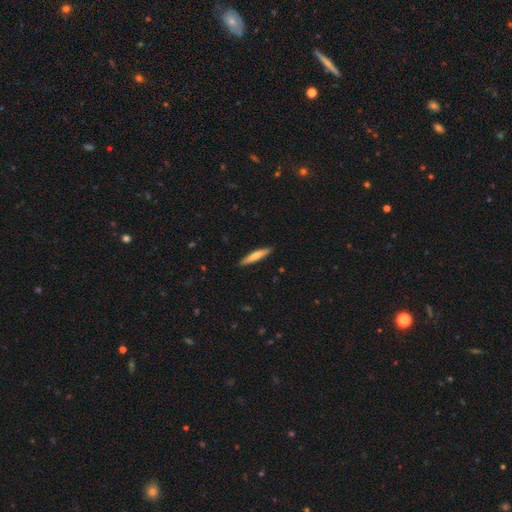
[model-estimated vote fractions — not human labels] A smooth galaxy with no disk features (66%) that is cigar-shaped (91%).

Vote fractions:
- Smooth or featured? smooth: 66% / featured or disk: 29% / star or artifact: 5%
- How rounded? cigar-shaped: 91% / in between: 8% / round: 1%
- Merging? none: 90% / minor disturbance: 7% / major disturbance: 1% / merger: 1%